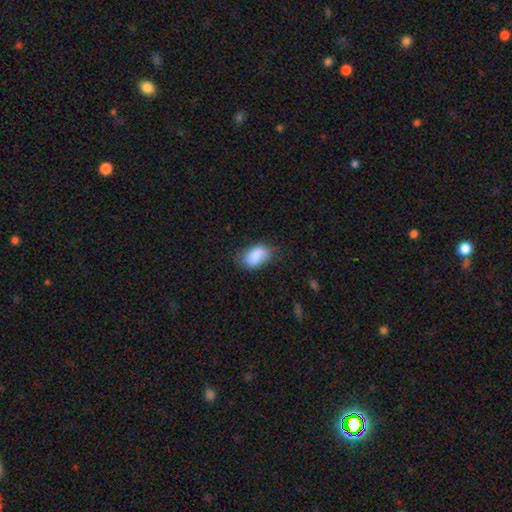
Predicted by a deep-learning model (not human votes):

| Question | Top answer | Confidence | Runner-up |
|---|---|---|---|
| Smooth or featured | smooth | 85% | featured or disk (8%) |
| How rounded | in between | 88% | round (11%) |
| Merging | none | 57% | minor disturbance (33%) |